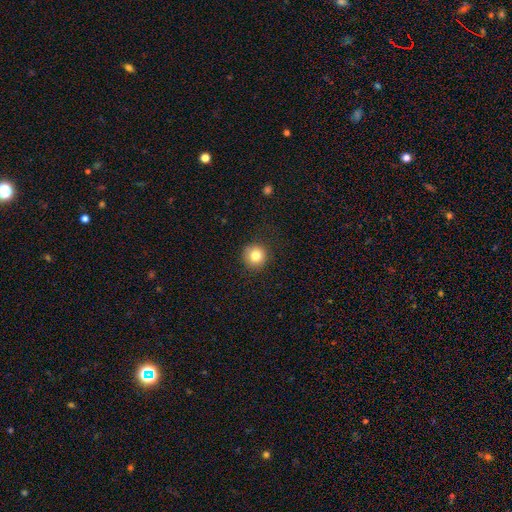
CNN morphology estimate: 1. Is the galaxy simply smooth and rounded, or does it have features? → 82% smooth, 11% star or artifact, 8% featured or disk.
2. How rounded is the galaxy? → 94% round, 5% in between, 1% cigar-shaped.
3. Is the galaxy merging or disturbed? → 89% none, 7% minor disturbance, 3% major disturbance, 1% merger.